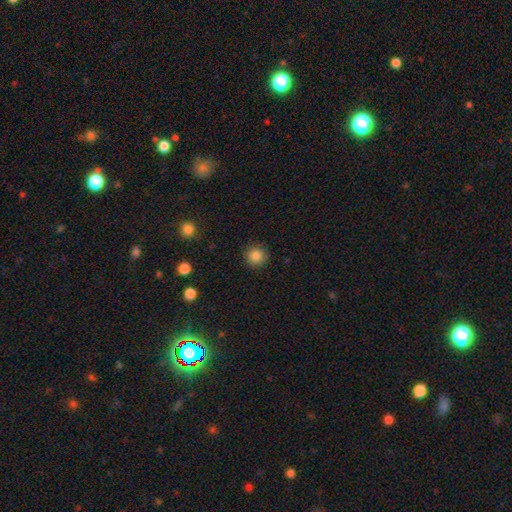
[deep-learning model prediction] smooth 86%, star or artifact 10%, featured or disk 4%. Down the decision tree: how rounded — round (94%); merging — none (90%).